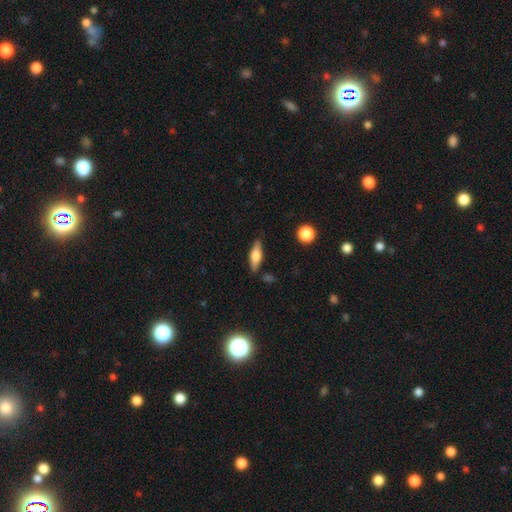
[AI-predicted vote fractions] This is possibly a smooth galaxy (47%). Merging: clearly none (83%).